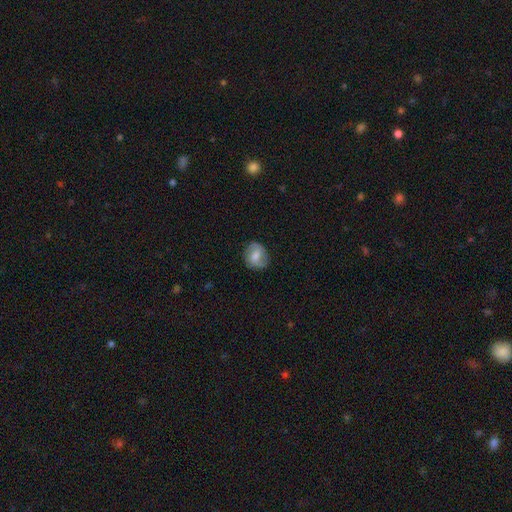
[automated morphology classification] Smooth or featured? smooth (51%)
How rounded? round (67%)
Merging? none (78%)